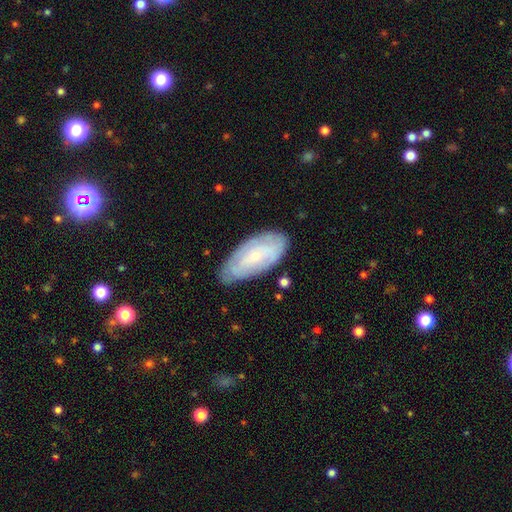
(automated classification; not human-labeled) Smooth or featured? Predicted: featured or disk (p=0.60). Edge-on disk? Predicted: no (p=0.90). Bar? Predicted: no (p=0.64). Spiral arms? Predicted: yes (p=0.72). Bulge size? Predicted: small (p=0.78). Merging? Predicted: none (p=0.76).